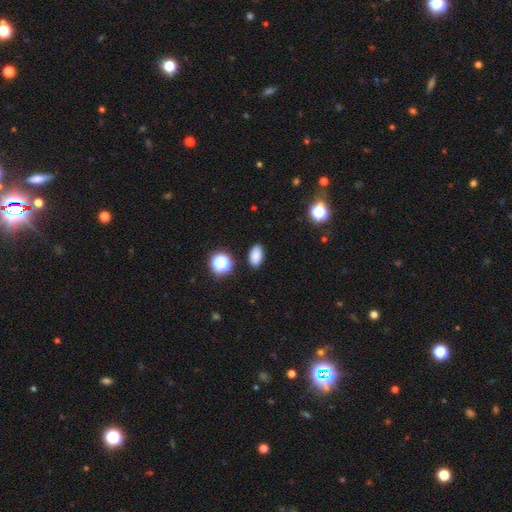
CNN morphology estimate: The model was most divided on "smooth or featured": smooth: 83%, star or artifact: 12%, featured or disk: 5%. More confident: how rounded — in between (89%); merging — none (88%).